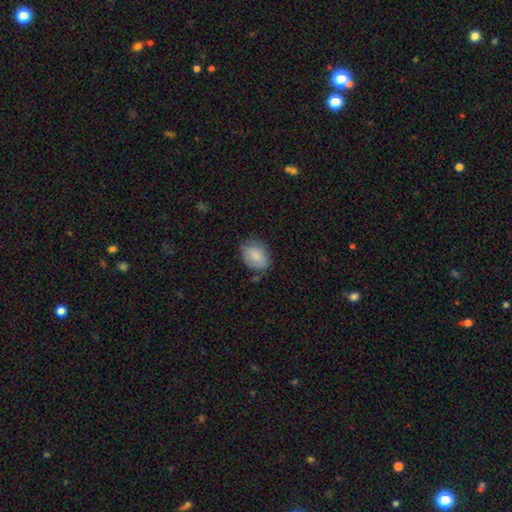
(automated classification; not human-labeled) Smooth or featured? Predicted: smooth (p=0.85). How rounded? Predicted: in between (p=0.74). Merging? Predicted: none (p=0.70).